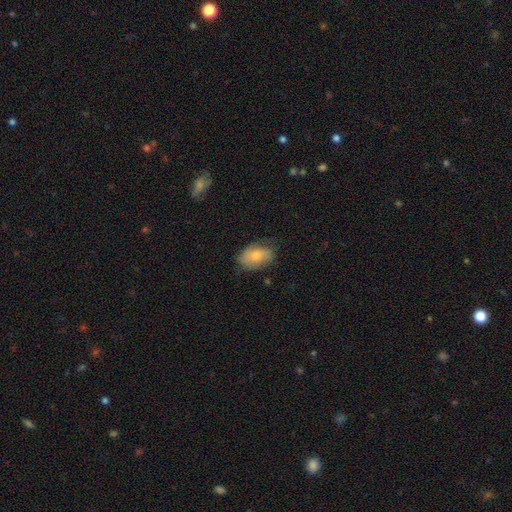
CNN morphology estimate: Smooth or featured? Predicted: smooth (p=0.69). How rounded? Predicted: in between (p=0.88). Merging? Predicted: none (p=0.62).